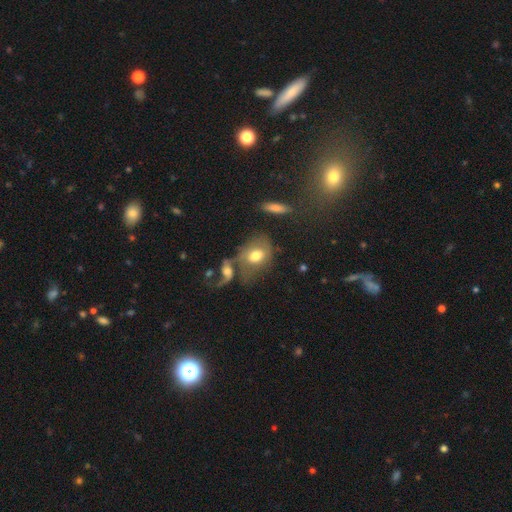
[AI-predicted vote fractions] This appears to be a smooth galaxy with no disk features (60%) that is in between round and cigar-shaped (63%). Merging: merger (38%).